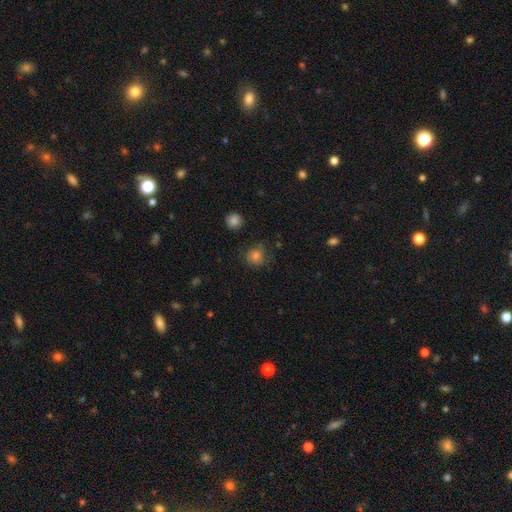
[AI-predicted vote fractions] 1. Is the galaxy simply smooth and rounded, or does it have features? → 76% smooth, 14% star or artifact, 10% featured or disk.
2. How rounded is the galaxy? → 81% round, 18% in between, 1% cigar-shaped.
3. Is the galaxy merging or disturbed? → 69% none, 20% minor disturbance, 9% major disturbance, 2% merger.